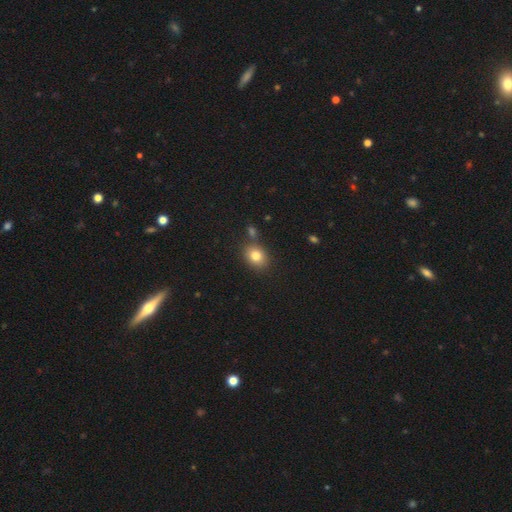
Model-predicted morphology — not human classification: Smooth or featured? smooth (81%)
How rounded? in between (52%)
Merging? none (76%)